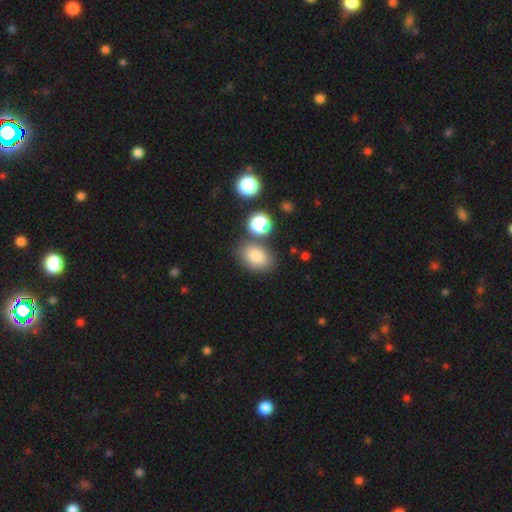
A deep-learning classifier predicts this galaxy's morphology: Q: Smooth or featured?
A: smooth (81%); runner-up: star or artifact (11%)
Q: How rounded?
A: in between (77%); runner-up: round (21%)
Q: Merging?
A: none (74%); runner-up: minor disturbance (13%)